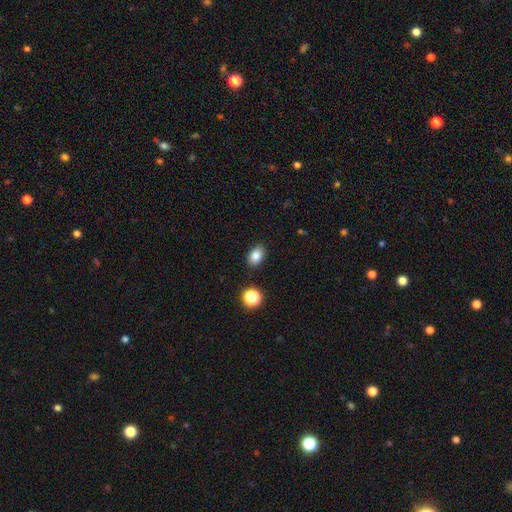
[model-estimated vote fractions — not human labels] Overall: smooth (83%). How rounded: in between (81%). Merging: none (87%).